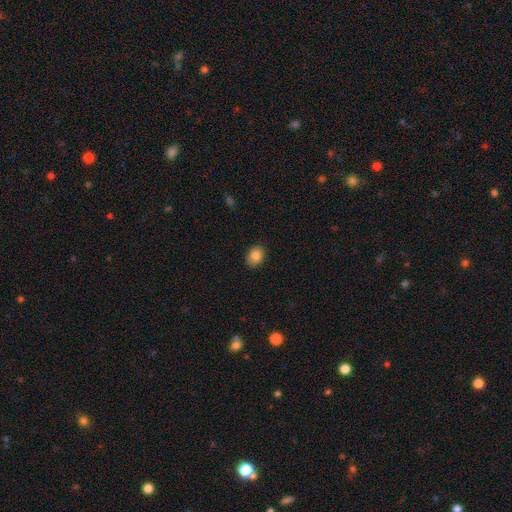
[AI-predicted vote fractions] smooth 85%, star or artifact 9%, featured or disk 6%. Down the decision tree: how rounded — in between (62%); merging — none (87%).